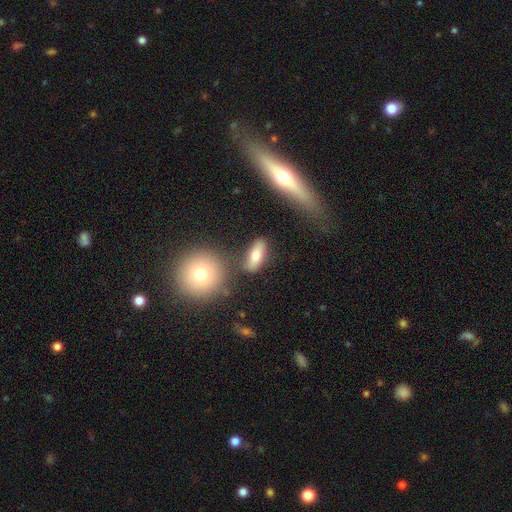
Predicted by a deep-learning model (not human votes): Smooth or featured?
  - smooth: 71% *
  - featured or disk: 18%
  - star or artifact: 11%
How rounded?
  - in between: 74% *
  - cigar-shaped: 18%
  - round: 8%
Merging?
  - none: 71% *
  - minor disturbance: 14%
  - merger: 10%
  - major disturbance: 5%